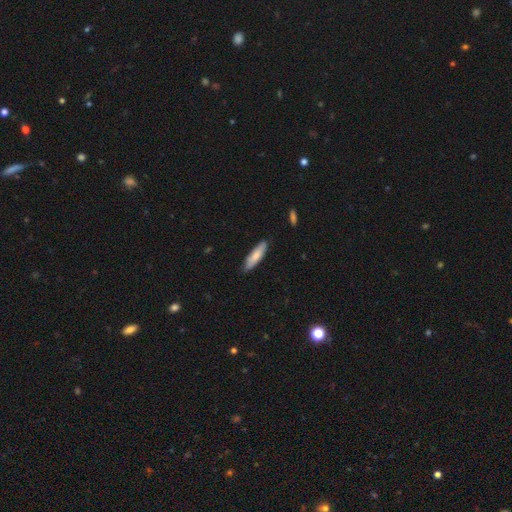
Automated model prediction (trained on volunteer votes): smooth_or_featured: smooth (p=0.77) [alt: featured or disk p=0.18]
how_rounded: cigar-shaped (p=0.66) [alt: in between p=0.32]
merging: none (p=0.84) [alt: minor disturbance p=0.12]